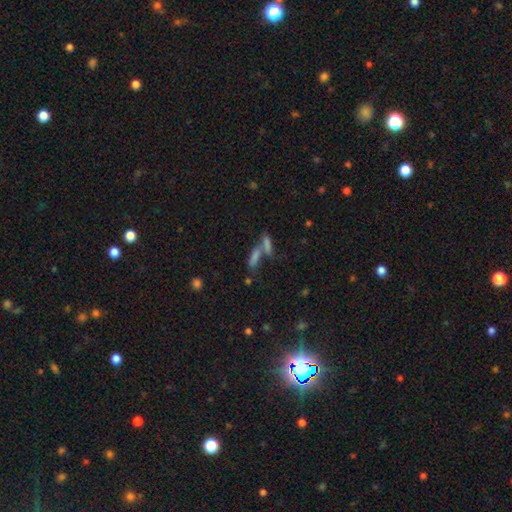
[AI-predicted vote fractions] Smooth or featured? smooth (52%)
How rounded? cigar-shaped (60%)
Merging? merger (45%)